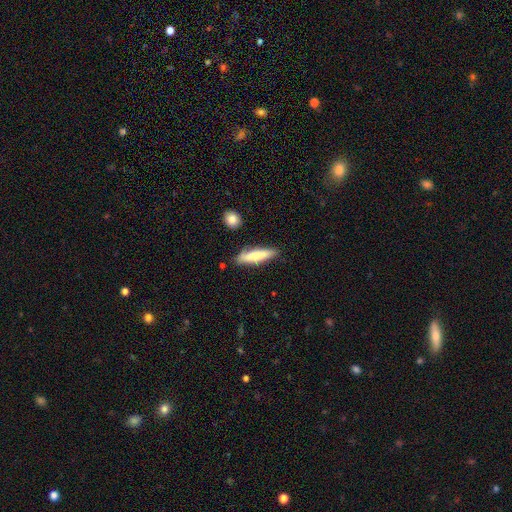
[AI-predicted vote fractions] Q: Smooth or featured?
A: smooth (73%); runner-up: featured or disk (21%)
Q: How rounded?
A: cigar-shaped (76%); runner-up: in between (22%)
Q: Merging?
A: none (78%); runner-up: minor disturbance (15%)